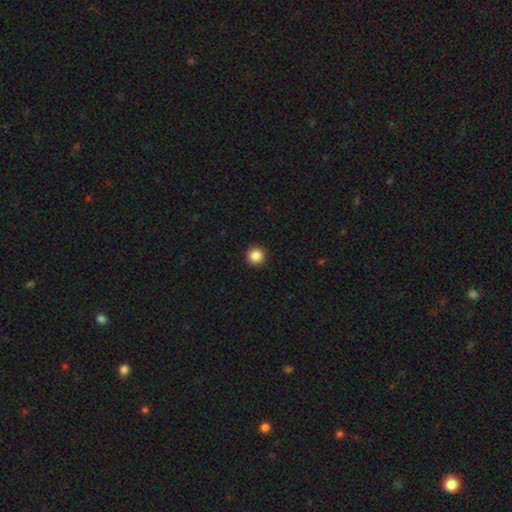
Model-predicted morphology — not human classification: A smooth galaxy with no disk features (87%) that is round (96%). Merging: none (93%).